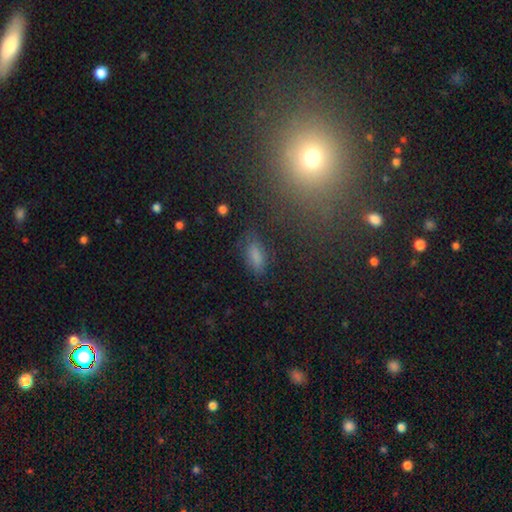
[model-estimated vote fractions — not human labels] Q: Smooth or featured?
A: smooth (79%); runner-up: star or artifact (13%)
Q: How rounded?
A: in between (82%); runner-up: cigar-shaped (14%)
Q: Merging?
A: none (76%); runner-up: minor disturbance (16%)